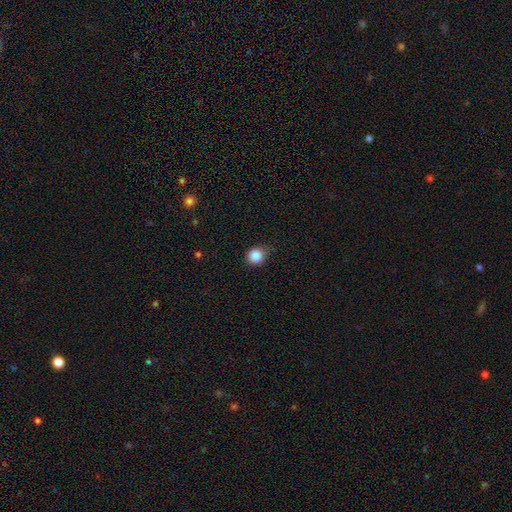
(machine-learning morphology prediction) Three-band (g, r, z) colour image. It shows a smooth galaxy with no disk features (87%) that is round (82%). Merging: none (68%).